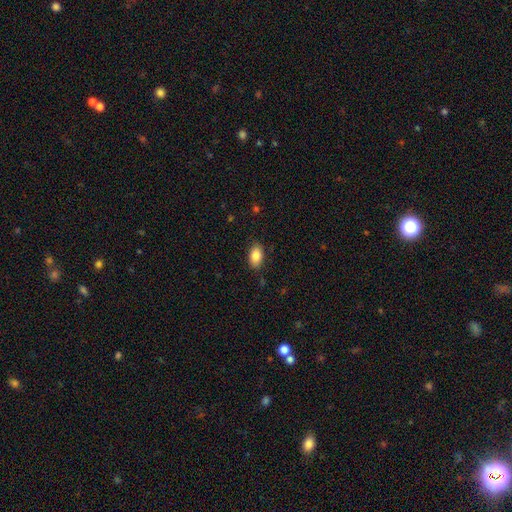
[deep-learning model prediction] A smooth galaxy with no disk features (85%) that is in between round and cigar-shaped (91%). Merging: none (85%).